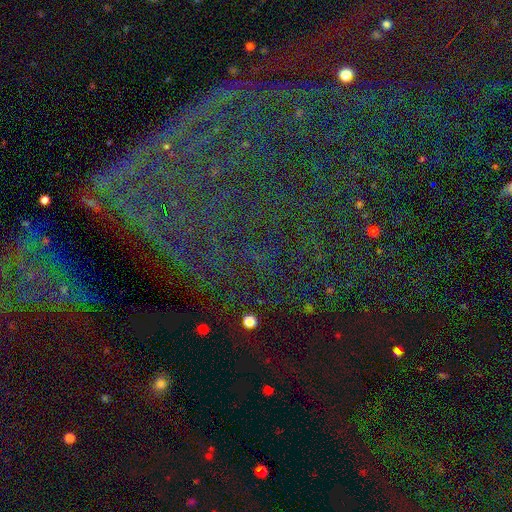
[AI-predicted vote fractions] A star or artifact, not a galaxy (82%).